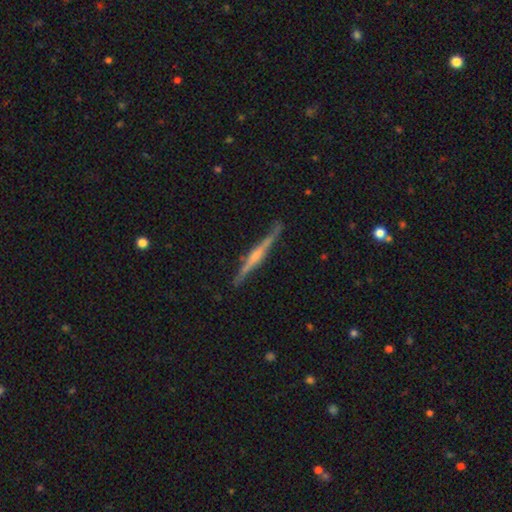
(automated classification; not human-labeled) smooth-or-featured: featured or disk: 79% | smooth: 16% | star or artifact: 5%
  disk-edge-on: yes: 98% | no: 2%
    edge-on-bulge: rounded: 61% | boxy: 23% | none: 16%
  merging: none: 86% | minor disturbance: 10% | major disturbance: 2% | merger: 2%